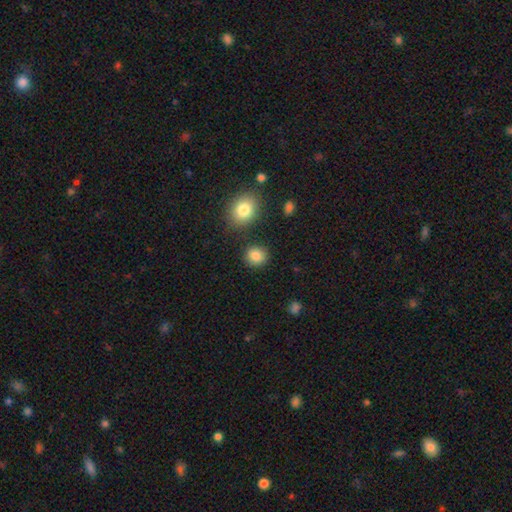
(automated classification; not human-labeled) A smooth galaxy with no disk features (85%) that is round (82%). Merging: none (85%).